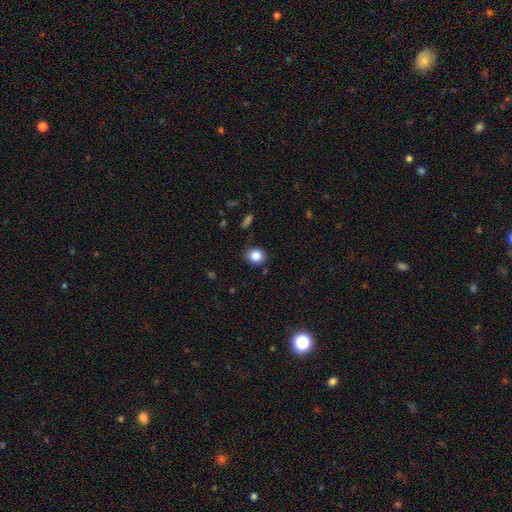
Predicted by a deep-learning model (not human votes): Overall: smooth (85%). How rounded: round (56%; in between 43%). Merging: none (86%).